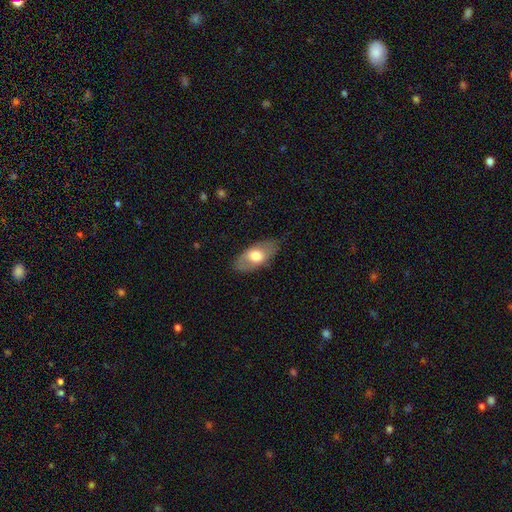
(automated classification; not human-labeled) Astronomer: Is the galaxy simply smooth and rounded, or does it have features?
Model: smooth — 58% (runner-up: featured or disk, 36%).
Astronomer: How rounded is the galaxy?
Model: in between — 89%.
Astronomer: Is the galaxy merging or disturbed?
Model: none — 76%.